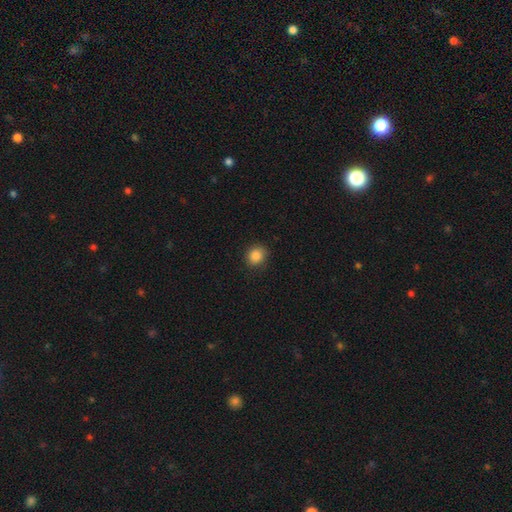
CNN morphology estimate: Overall: smooth (86%). How rounded: round (77%). Merging: none (87%).